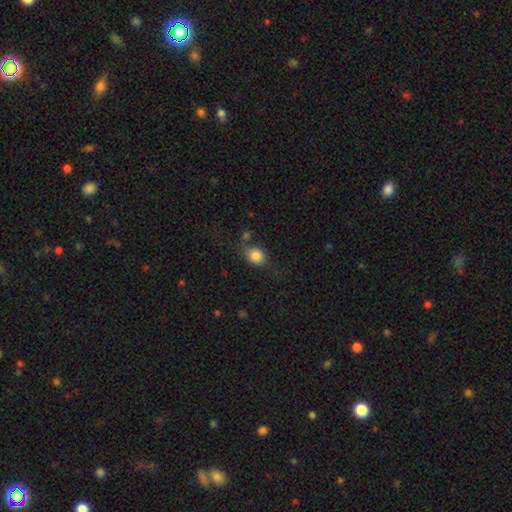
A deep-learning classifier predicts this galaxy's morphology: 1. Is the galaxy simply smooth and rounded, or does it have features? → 82% smooth, 10% star or artifact, 9% featured or disk.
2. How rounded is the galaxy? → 50% round, 48% in between, 2% cigar-shaped.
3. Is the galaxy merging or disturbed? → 61% none, 24% minor disturbance, 10% major disturbance, 6% merger.